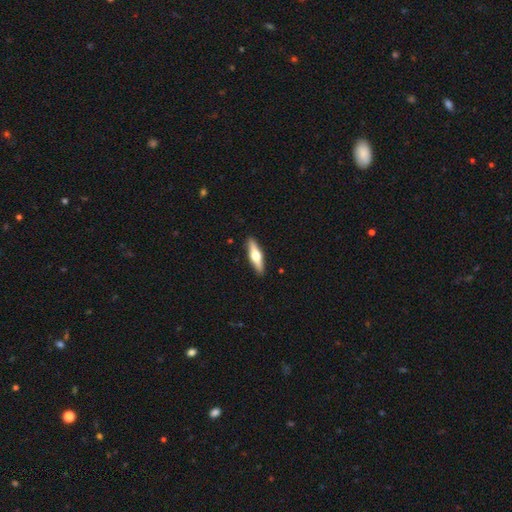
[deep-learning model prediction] Smooth or featured?
  - featured or disk: 55% *
  - smooth: 40%
  - star or artifact: 5%
Edge-on disk?
  - yes: 94% *
  - no: 6%
Edge-on bulge?
  - rounded: 95% *
  - boxy: 3%
  - none: 2%
Merging?
  - none: 90% *
  - minor disturbance: 7%
  - major disturbance: 2%
  - merger: 1%